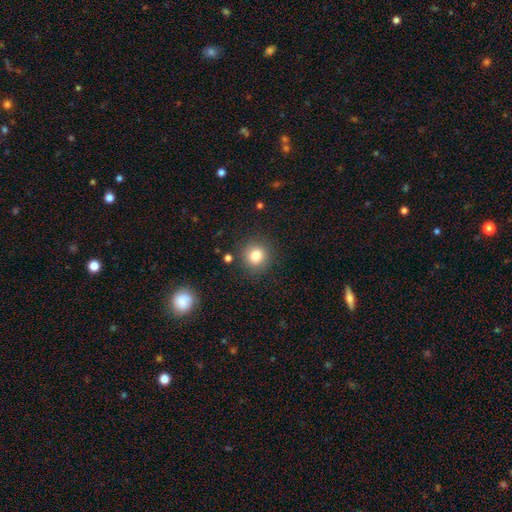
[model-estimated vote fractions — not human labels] Smooth or featured?
  - smooth: 81% *
  - star or artifact: 12%
  - featured or disk: 7%
How rounded?
  - round: 91% *
  - in between: 8%
  - cigar-shaped: 1%
Merging?
  - none: 87% *
  - minor disturbance: 8%
  - major disturbance: 3%
  - merger: 2%